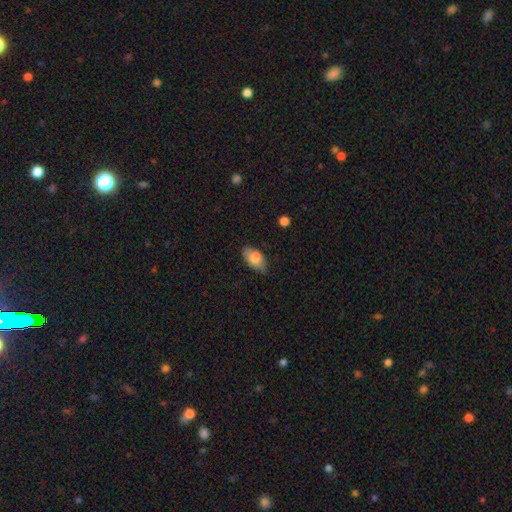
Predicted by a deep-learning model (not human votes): Smooth or featured? smooth (77%)
How rounded? in between (92%)
Merging? none (77%)